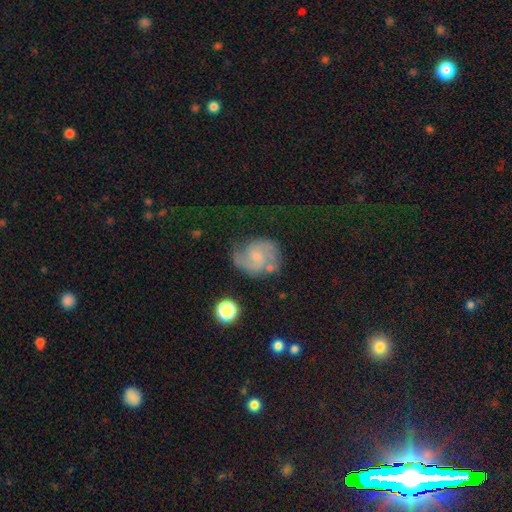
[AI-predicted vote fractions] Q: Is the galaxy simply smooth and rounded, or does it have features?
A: featured or disk — 75%.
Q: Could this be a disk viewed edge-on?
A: no — 98%.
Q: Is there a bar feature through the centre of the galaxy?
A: no — 58%.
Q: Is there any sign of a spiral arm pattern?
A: yes — 94%.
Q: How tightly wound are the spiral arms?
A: medium — 50%.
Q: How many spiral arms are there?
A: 2 — 79%.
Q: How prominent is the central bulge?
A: small — 63%.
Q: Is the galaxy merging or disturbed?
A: none — 62%.